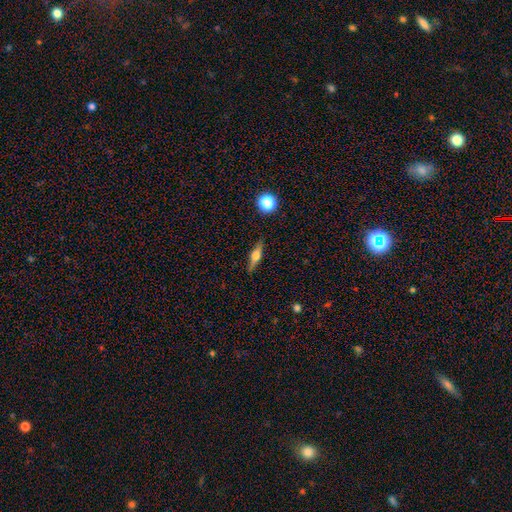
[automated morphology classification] smooth_or_featured: featured or disk (p=0.60) [alt: smooth p=0.32]
disk_edge_on: yes (p=0.95) [alt: no p=0.05]
edge_on_bulge: rounded (p=0.91) [alt: boxy p=0.07]
merging: none (p=0.87) [alt: minor disturbance p=0.09]